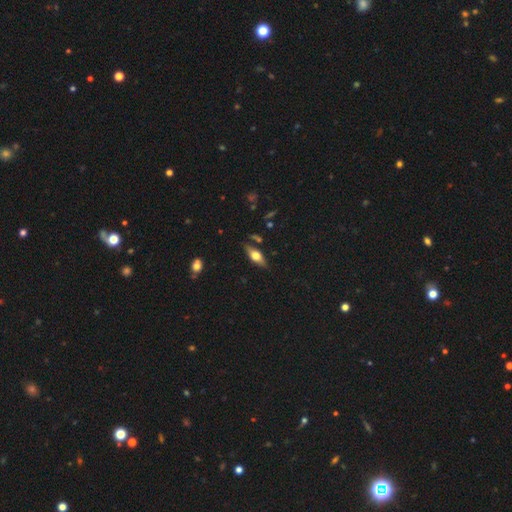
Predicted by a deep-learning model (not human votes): This appears to be a smooth galaxy with no disk features (47%). Merging: none (79%).